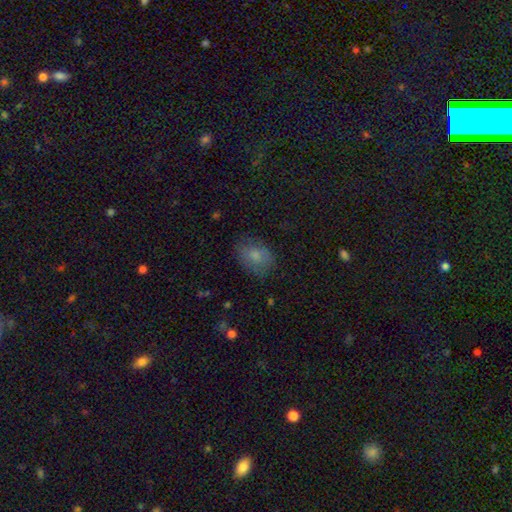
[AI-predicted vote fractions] Morphology: type=smooth (76%); roundness=in between (72%); merging=none (72%).